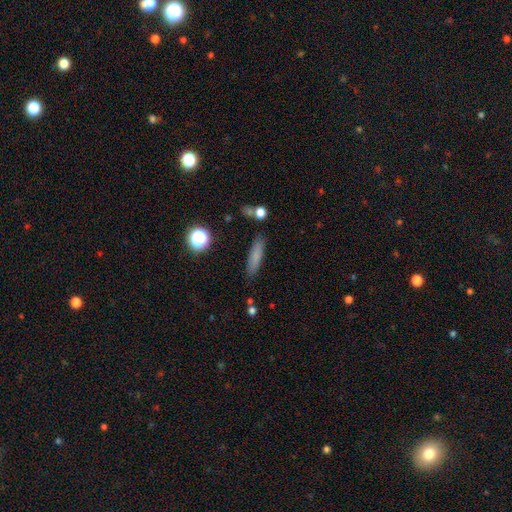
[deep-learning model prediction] smooth-or-featured: smooth: 77% | featured or disk: 13% | star or artifact: 10%
  how-rounded: cigar-shaped: 74% | in between: 23% | round: 3%
  merging: none: 86% | minor disturbance: 9% | merger: 3% | major disturbance: 2%